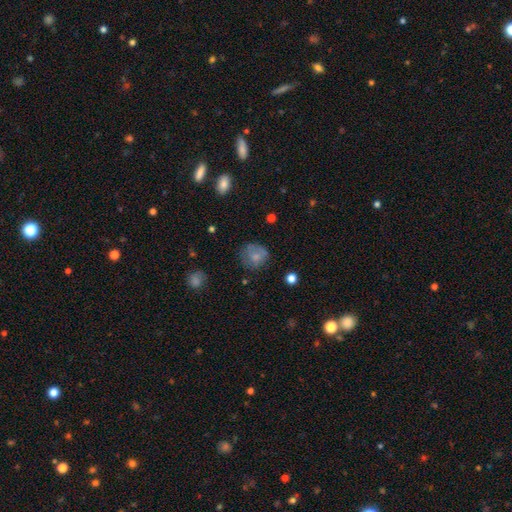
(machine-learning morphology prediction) A smooth galaxy with no disk features (65%) that is round (77%). Merging: none (58%).